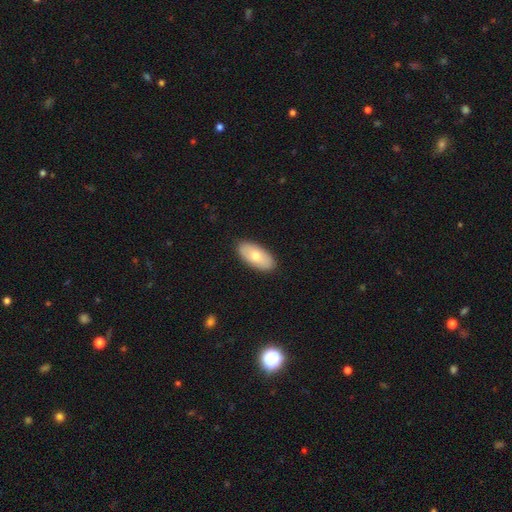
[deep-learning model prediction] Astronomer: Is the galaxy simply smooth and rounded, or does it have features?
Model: smooth — 70%.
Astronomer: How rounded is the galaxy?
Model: in between — 91%.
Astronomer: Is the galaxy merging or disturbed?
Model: none — 90%.